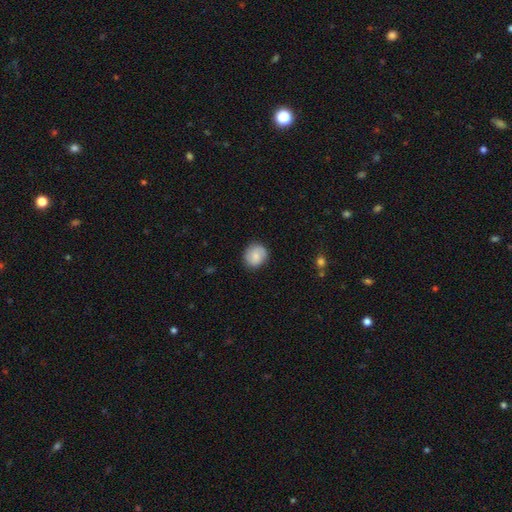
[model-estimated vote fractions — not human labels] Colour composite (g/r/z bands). It shows a smooth galaxy with no disk features (72%) that is round (78%). Merging: none (82%).